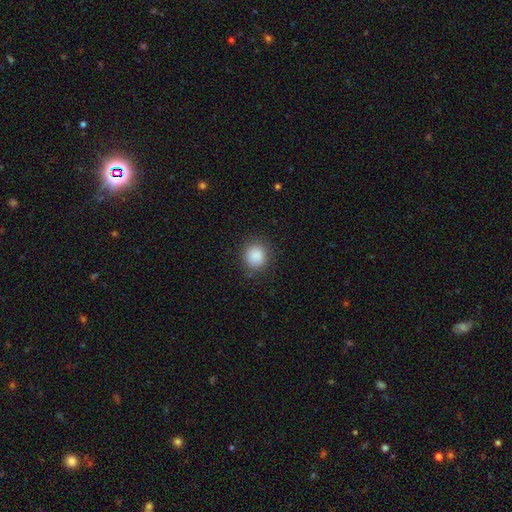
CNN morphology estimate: This appears to be a smooth galaxy with no disk features (88%) that is round (85%). Merging: none (87%).